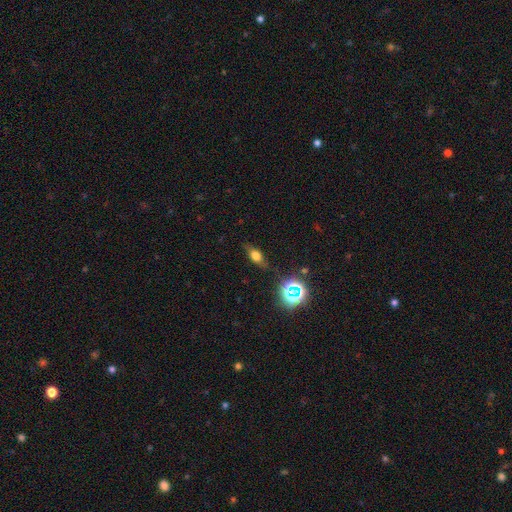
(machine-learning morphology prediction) smooth-or-featured: smooth: 57% | featured or disk: 24% | star or artifact: 18%
  how-rounded: in between: 65% | cigar-shaped: 21% | round: 14%
  merging: none: 79% | minor disturbance: 15% | major disturbance: 4% | merger: 2%